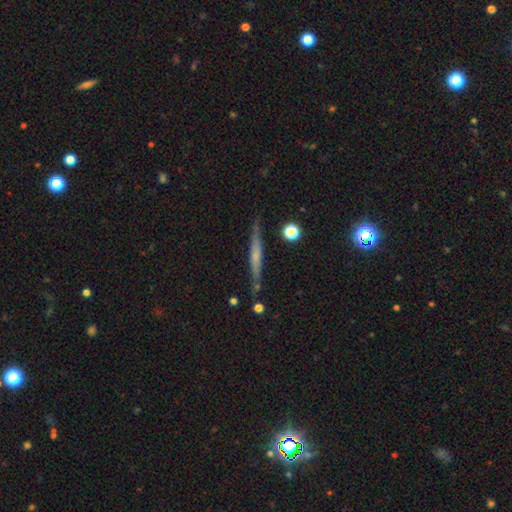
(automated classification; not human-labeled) smooth_or_featured: featured or disk (p=0.53) [alt: smooth p=0.39]
disk_edge_on: yes (p=0.95) [alt: no p=0.05]
edge_on_bulge: none (p=0.53) [alt: rounded p=0.35]
merging: none (p=0.81) [alt: minor disturbance p=0.13]